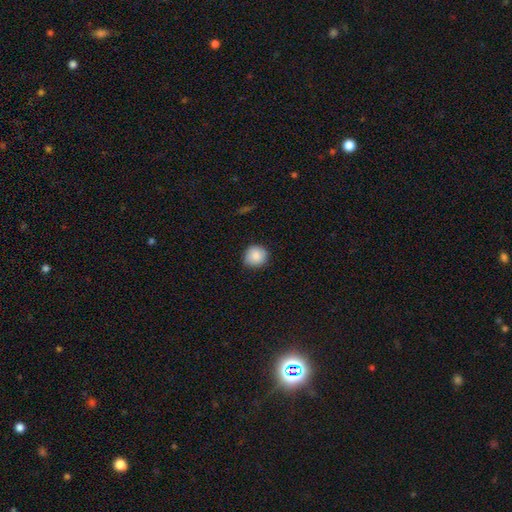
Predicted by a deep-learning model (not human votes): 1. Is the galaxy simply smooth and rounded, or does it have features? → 86% smooth, 8% star or artifact, 6% featured or disk.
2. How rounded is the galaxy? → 90% round, 9% in between, 1% cigar-shaped.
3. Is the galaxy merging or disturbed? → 84% none, 13% minor disturbance, 2% major disturbance, 1% merger.